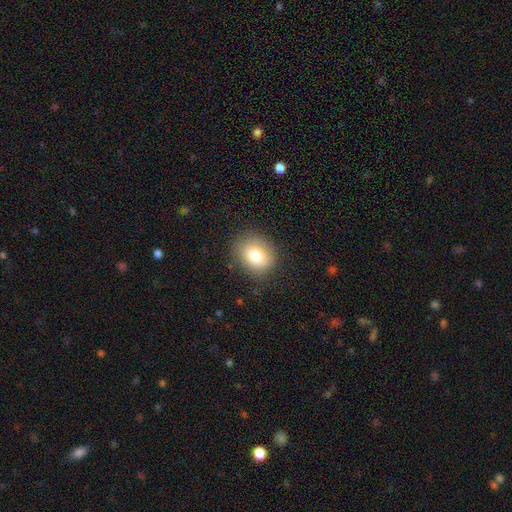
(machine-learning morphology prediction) The model was most divided on "how rounded": round: 56%, in between: 43%, cigar-shaped: 1%. More confident: merging — none (83%); smooth or featured — smooth (80%).